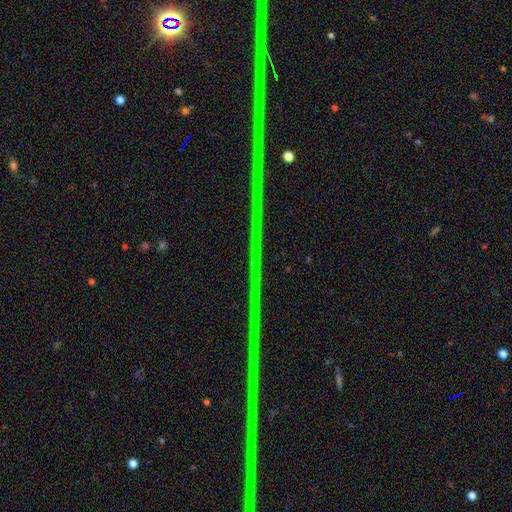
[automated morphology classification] Q: Smooth or featured?
A: star or artifact (89%); runner-up: featured or disk (6%)